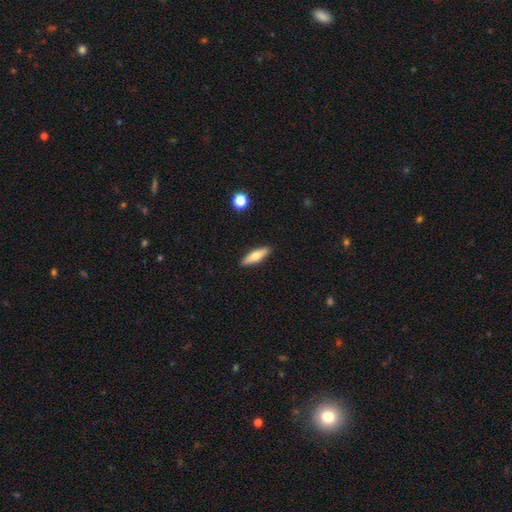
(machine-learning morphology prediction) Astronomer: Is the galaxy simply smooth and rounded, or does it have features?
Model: smooth — 62%.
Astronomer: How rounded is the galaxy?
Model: cigar-shaped — 59% (runner-up: in between, 38%).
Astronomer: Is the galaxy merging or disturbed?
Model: none — 90%.